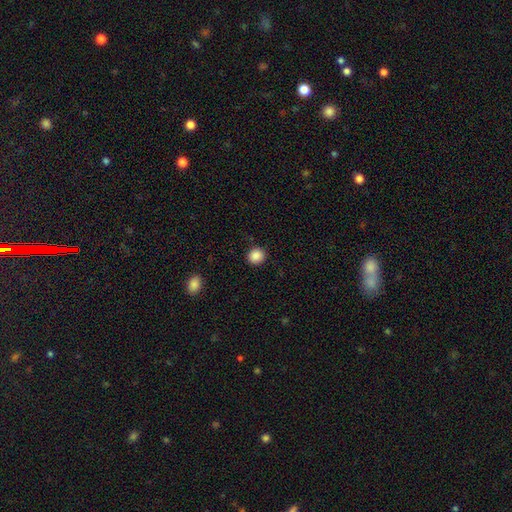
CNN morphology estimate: smooth 88%, star or artifact 9%, featured or disk 3%. Down the decision tree: how rounded — round (85%); merging — none (90%).